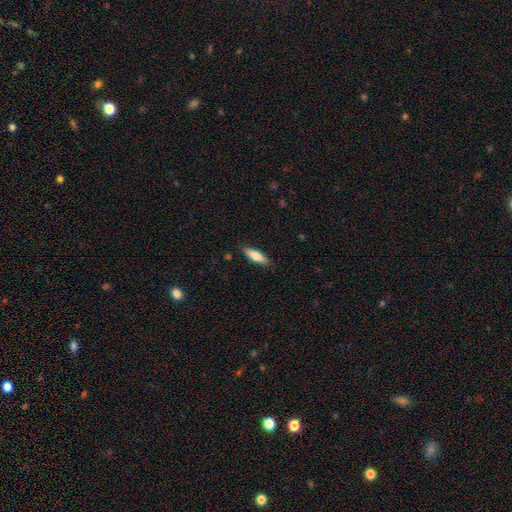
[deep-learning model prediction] Morphology: type=smooth (77%); roundness=cigar-shaped (50%); merging=none (85%).